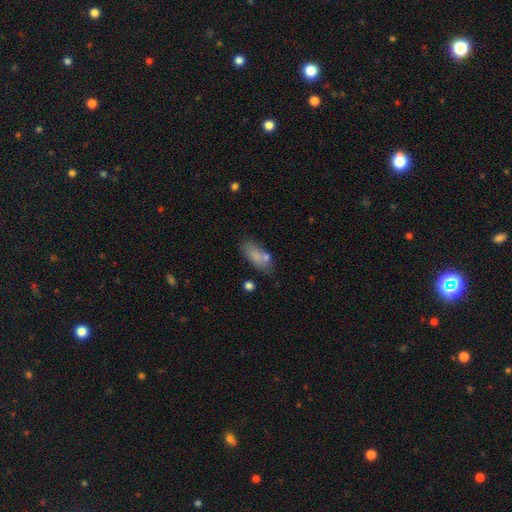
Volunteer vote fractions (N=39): Overall: smooth (77%). How rounded: in between (93%). Merging: none (57%).